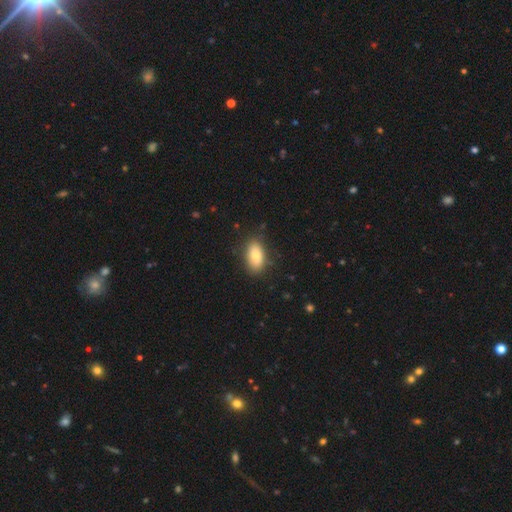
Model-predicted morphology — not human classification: Smooth or featured? Predicted: smooth (p=0.80). How rounded? Predicted: in between (p=0.91). Merging? Predicted: none (p=0.83).